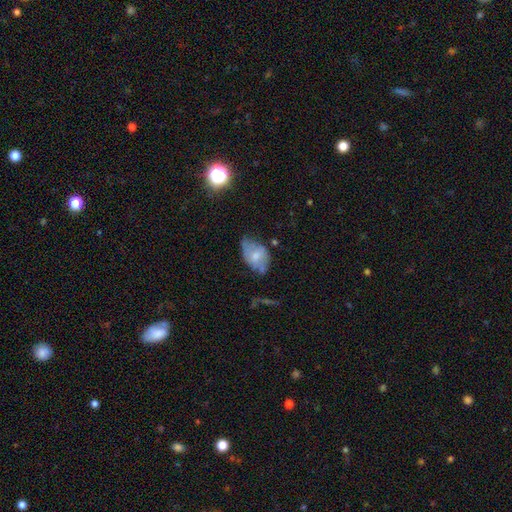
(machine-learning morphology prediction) The model was most divided on "merging": minor disturbance: 40%, none: 37%, major disturbance: 16%, merger: 7%. More confident: how rounded — in between (85%); smooth or featured — smooth (55%).